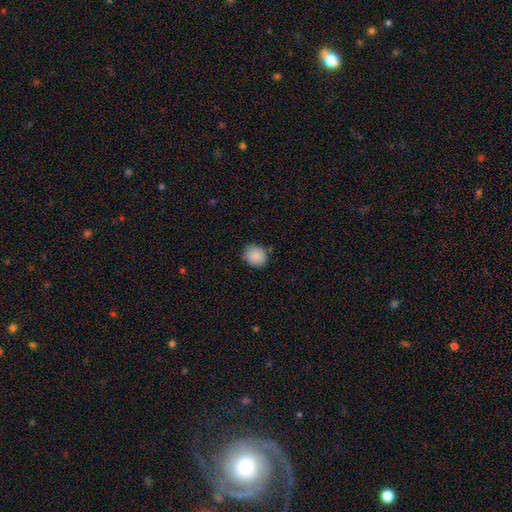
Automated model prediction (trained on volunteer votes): Smooth or featured? smooth (89%)
How rounded? round (73%)
Merging? none (83%)